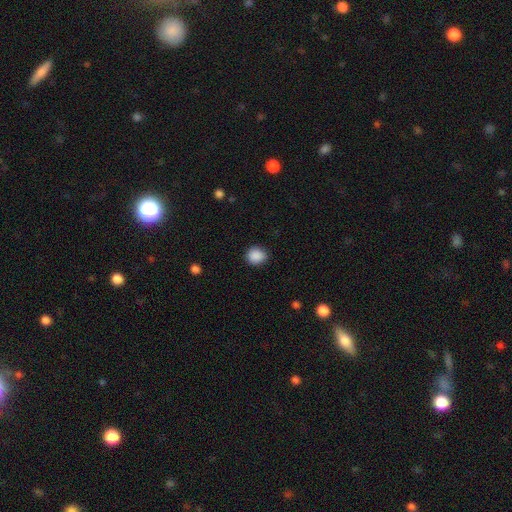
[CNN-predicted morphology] Overall: smooth (89%). How rounded: round (76%). Merging: none (85%).